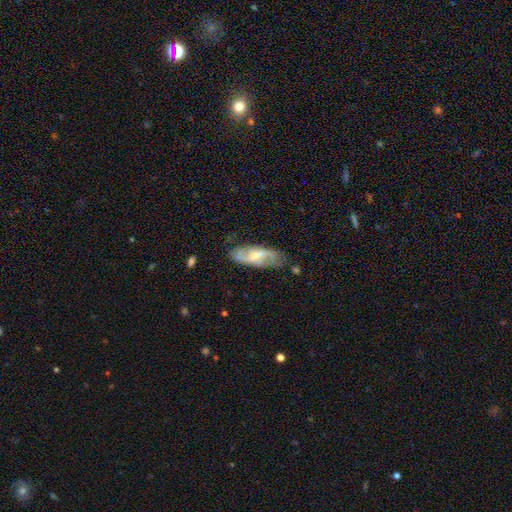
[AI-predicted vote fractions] This appears to be a featured or disk galaxy (68%) with a weak bar (47%), 2 (81%) loose (55%) spiral arms (88%) and a small central bulge (54%). Merging: none (70%).